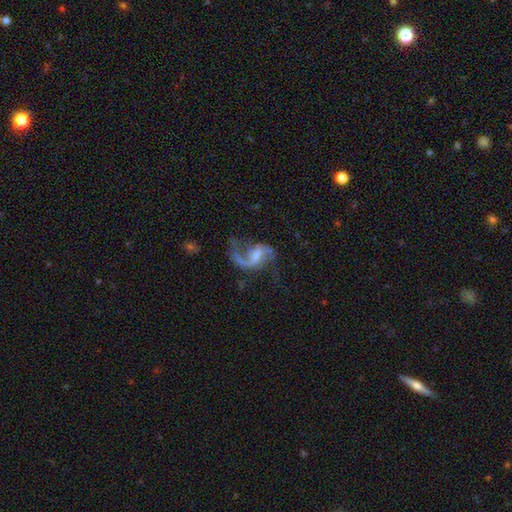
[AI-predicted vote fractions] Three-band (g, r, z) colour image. It shows a featured or disk galaxy (87%) with a weak bar (53%), 2 (80%) loose (69%) spiral arms (95%) and a small central bulge (38%). Merging: none (55%).